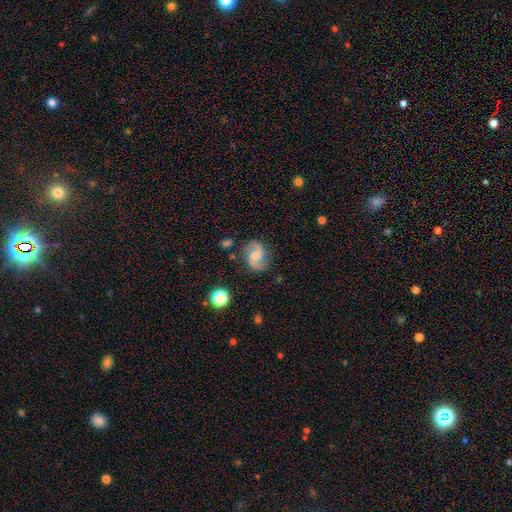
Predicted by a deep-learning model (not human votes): A featured or disk galaxy (69%) with no bar (49%), 2 (91%) loose (44%) spiral arms (93%) and a moderate central bulge (55%). Merging: none (76%).